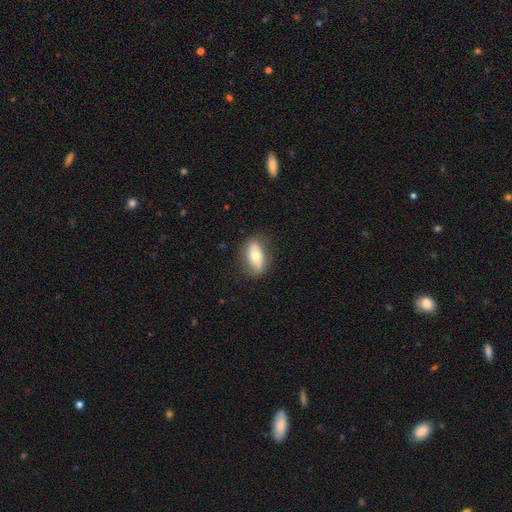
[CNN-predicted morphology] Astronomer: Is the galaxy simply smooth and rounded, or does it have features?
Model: smooth — 60%.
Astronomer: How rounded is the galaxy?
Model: in between — 84%.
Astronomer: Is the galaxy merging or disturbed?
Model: none — 81%.